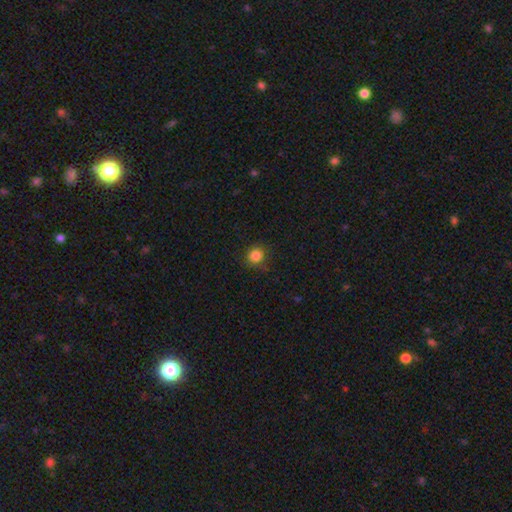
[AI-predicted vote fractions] Smooth or featured? smooth (85%)
How rounded? round (87%)
Merging? none (83%)